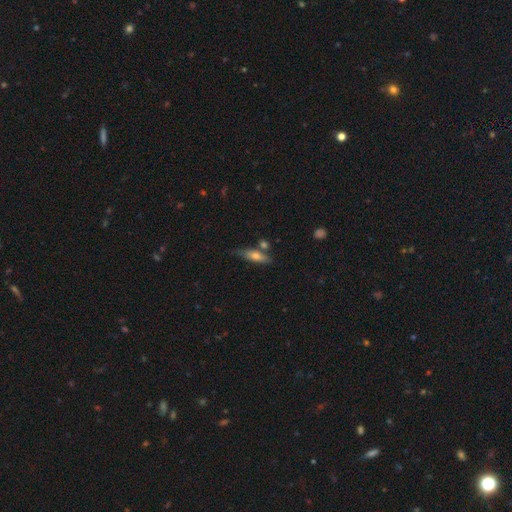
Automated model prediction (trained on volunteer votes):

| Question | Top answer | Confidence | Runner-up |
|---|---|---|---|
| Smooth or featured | smooth | 63% | featured or disk (30%) |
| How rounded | cigar-shaped | 54% | in between (43%) |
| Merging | none | 66% | minor disturbance (18%) |